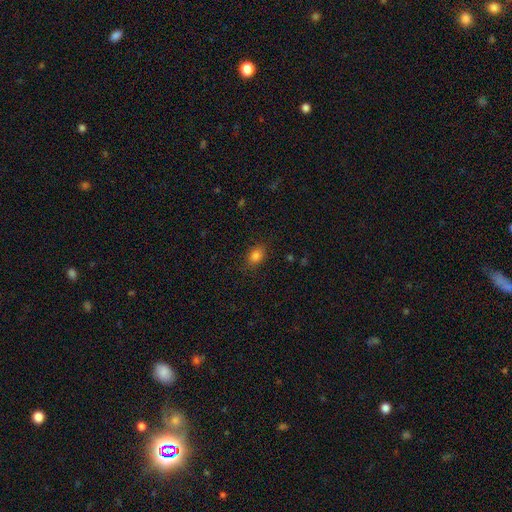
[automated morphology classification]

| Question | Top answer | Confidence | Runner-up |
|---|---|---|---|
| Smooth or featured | smooth | 82% | star or artifact (12%) |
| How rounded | in between | 71% | round (27%) |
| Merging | none | 84% | minor disturbance (12%) |